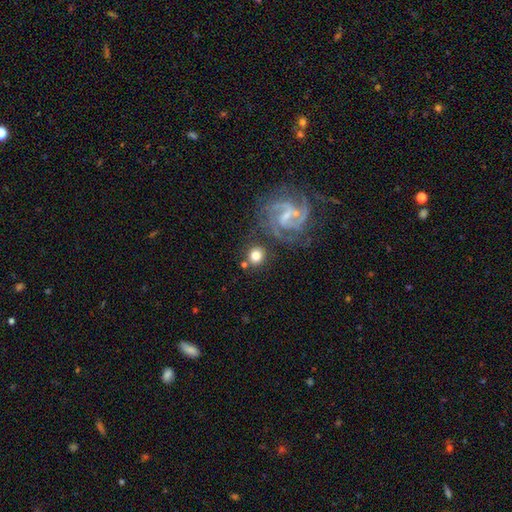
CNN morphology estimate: Q: Smooth or featured?
A: smooth (69%); runner-up: featured or disk (23%)
Q: How rounded?
A: round (88%); runner-up: in between (10%)
Q: Merging?
A: none (78%); runner-up: minor disturbance (10%)